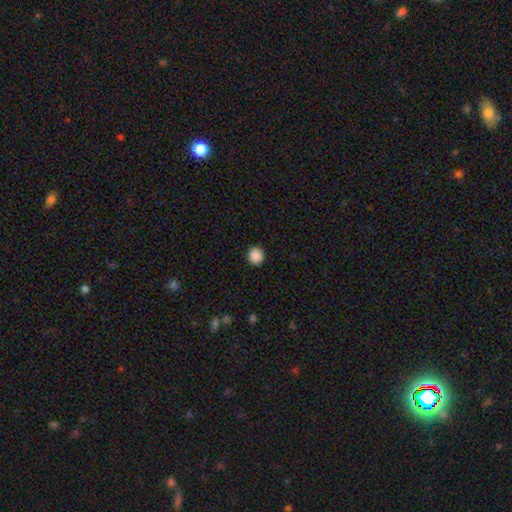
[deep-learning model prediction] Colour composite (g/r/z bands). It shows a smooth galaxy with no disk features (89%) that is round (90%). Merging: none (91%).